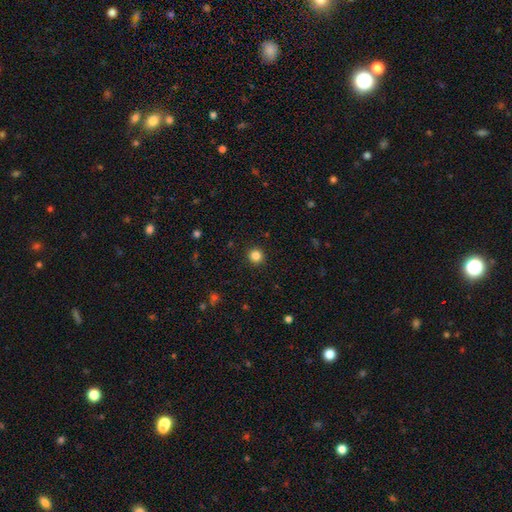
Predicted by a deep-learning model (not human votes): Smooth or featured: smooth — 84% (star or artifact — 12%)
How rounded: round — 95% (in between — 4%)
Merging: none — 93% (minor disturbance — 5%)